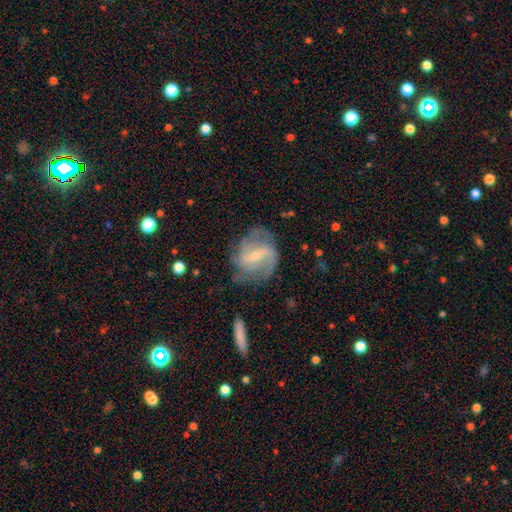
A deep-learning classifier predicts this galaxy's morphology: A featured or disk galaxy (85%) with a weak bar (50%), 2 (65%) medium (49%) spiral arms (95%) and a small central bulge (69%). Merging: none (69%).